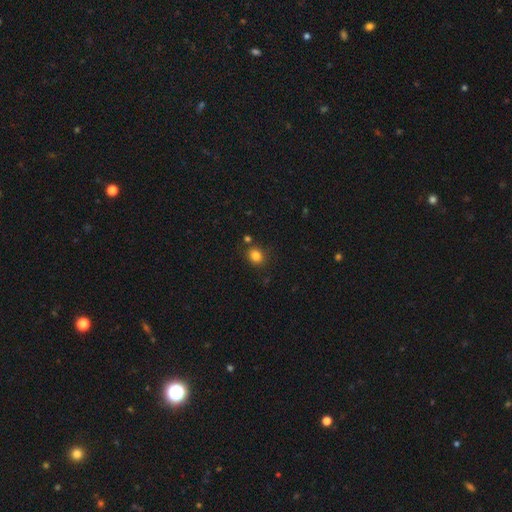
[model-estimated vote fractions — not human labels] Smooth or featured: smooth — 82% (star or artifact — 12%)
How rounded: round — 67% (in between — 32%)
Merging: none — 81% (minor disturbance — 10%)